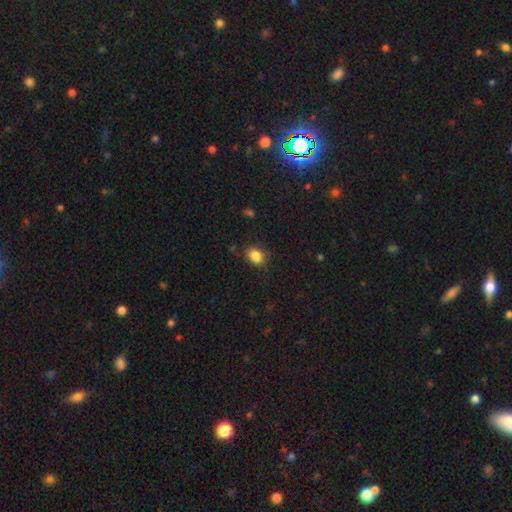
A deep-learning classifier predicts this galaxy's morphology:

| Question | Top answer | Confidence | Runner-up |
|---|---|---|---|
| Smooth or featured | smooth | 86% | star or artifact (9%) |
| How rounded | in between | 68% | round (31%) |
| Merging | none | 75% | minor disturbance (19%) |